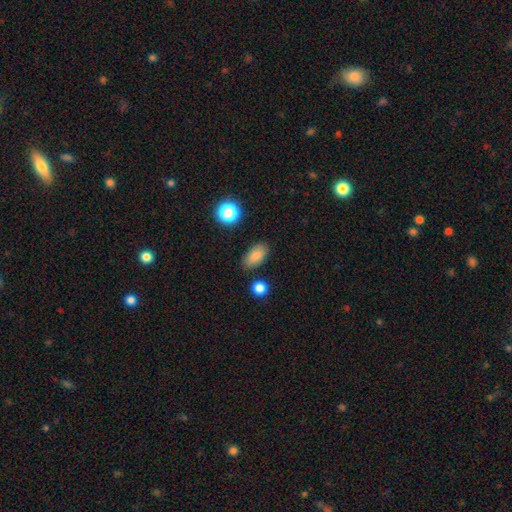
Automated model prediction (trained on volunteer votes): Q: Smooth or featured?
A: smooth (84%); runner-up: star or artifact (9%)
Q: How rounded?
A: in between (90%); runner-up: round (6%)
Q: Merging?
A: none (84%); runner-up: minor disturbance (11%)